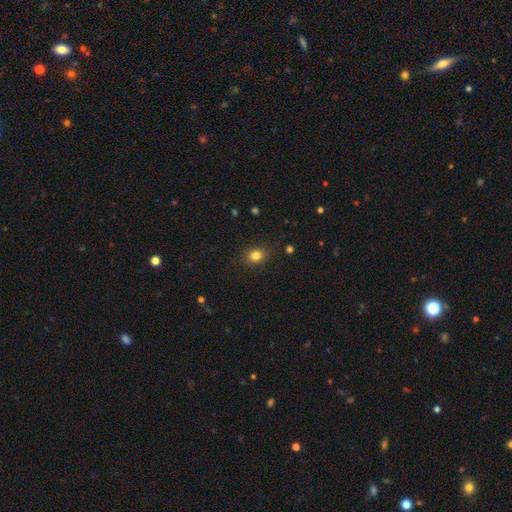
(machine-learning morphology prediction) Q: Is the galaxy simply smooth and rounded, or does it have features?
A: smooth — 81%.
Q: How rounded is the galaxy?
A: round — 51%.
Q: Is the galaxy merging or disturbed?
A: none — 85%.